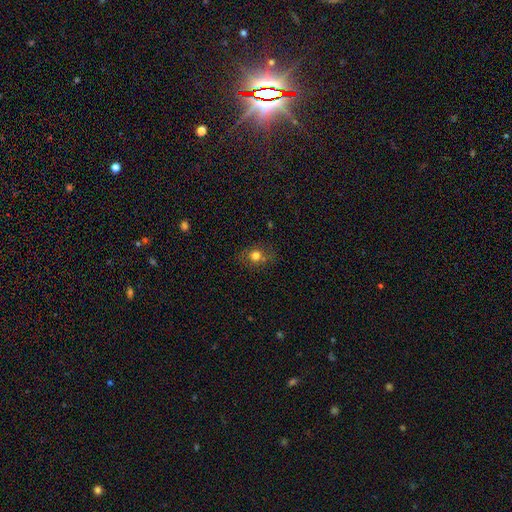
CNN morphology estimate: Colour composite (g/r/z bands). It shows a smooth galaxy with no disk features (70%) that is round (64%). Merging: none (75%).